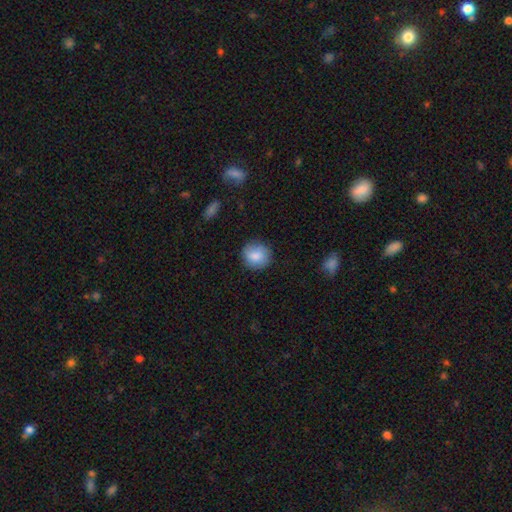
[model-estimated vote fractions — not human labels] smooth 83%, featured or disk 9%, star or artifact 7%. Down the decision tree: how rounded — round (86%); merging — none (83%).